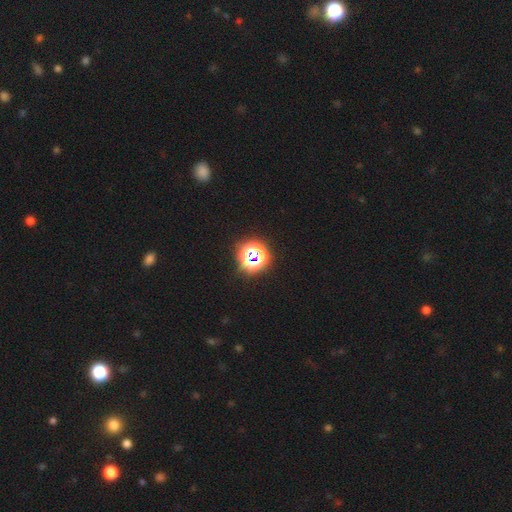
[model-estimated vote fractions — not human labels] Smooth or featured? Predicted: star or artifact (p=0.71).